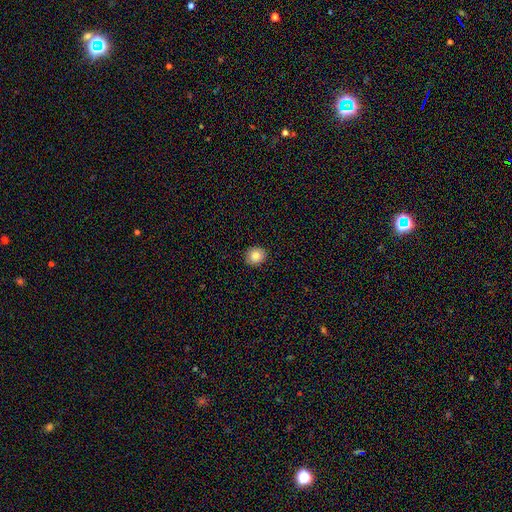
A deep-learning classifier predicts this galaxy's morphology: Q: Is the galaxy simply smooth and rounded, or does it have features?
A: smooth — 83%.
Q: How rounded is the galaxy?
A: round — 77%.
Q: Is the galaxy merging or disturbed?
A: none — 91%.